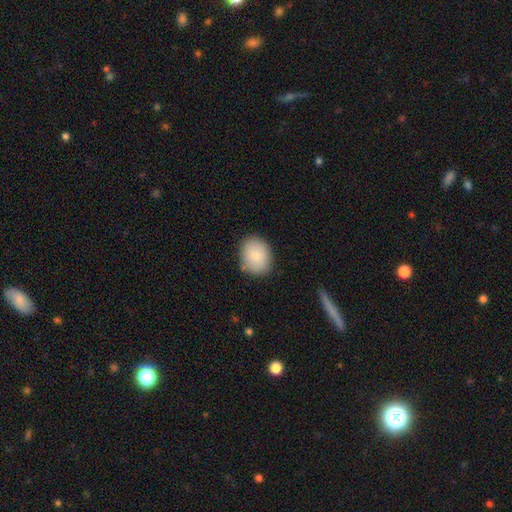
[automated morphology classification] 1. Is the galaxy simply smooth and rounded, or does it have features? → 84% smooth, 9% featured or disk, 7% star or artifact.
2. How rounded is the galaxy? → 52% round, 47% in between, 1% cigar-shaped.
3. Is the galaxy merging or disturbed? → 81% none, 13% minor disturbance, 3% major disturbance, 2% merger.